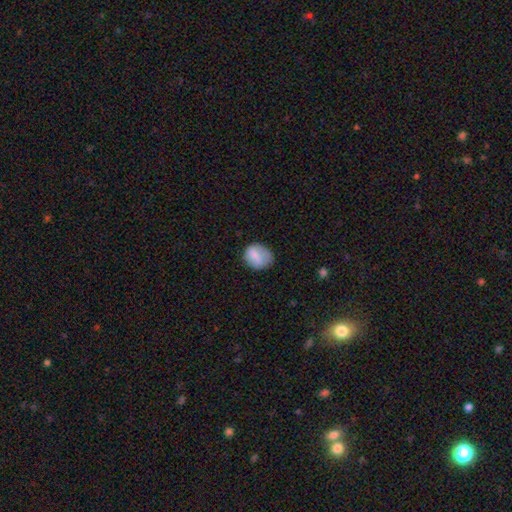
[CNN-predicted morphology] Overall: smooth (79%). How rounded: round (58%; in between 41%). Merging: none (65%; minor disturbance 25%).